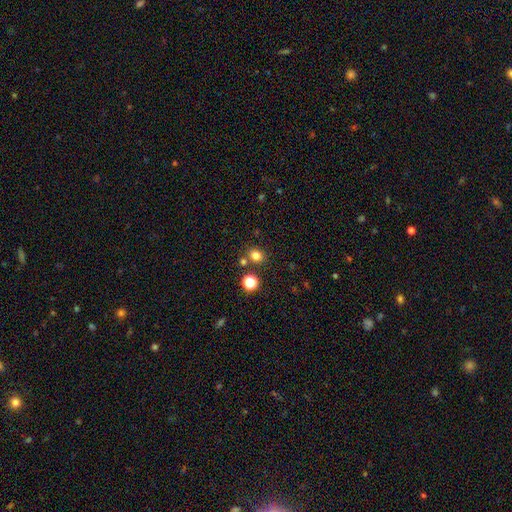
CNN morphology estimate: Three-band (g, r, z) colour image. It shows a smooth galaxy with no disk features (78%) that is round (71%). Merging: none (78%).